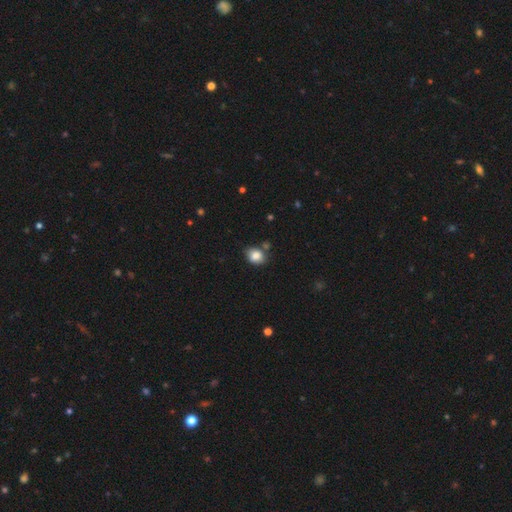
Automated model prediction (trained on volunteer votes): Smooth or featured? Predicted: smooth (p=0.85). How rounded? Predicted: in between (p=0.50). Merging? Predicted: none (p=0.69).